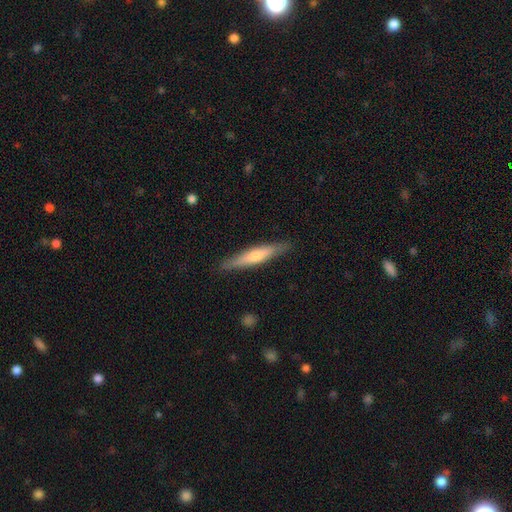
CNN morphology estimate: This appears to be a smooth galaxy with no disk features (49%). Merging: none (89%).